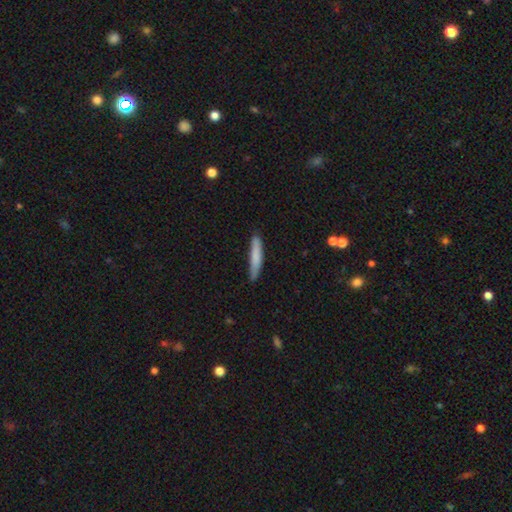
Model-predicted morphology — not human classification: smooth-or-featured: smooth: 76% | featured or disk: 18% | star or artifact: 6%
  how-rounded: cigar-shaped: 92% | in between: 7% | round: 1%
  merging: none: 83% | minor disturbance: 14% | major disturbance: 2% | merger: 2%